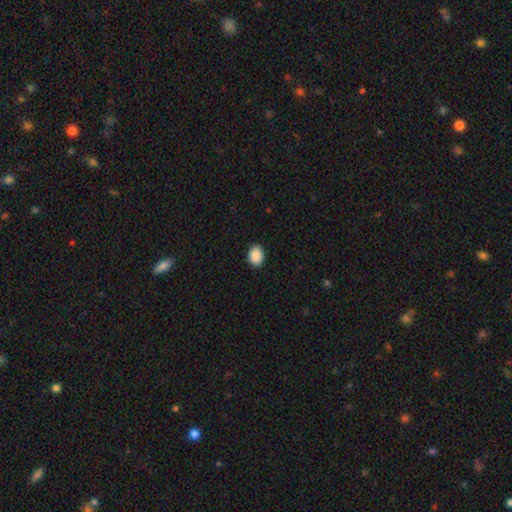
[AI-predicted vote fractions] Smooth or featured? smooth (90%)
How rounded? in between (66%)
Merging? none (90%)